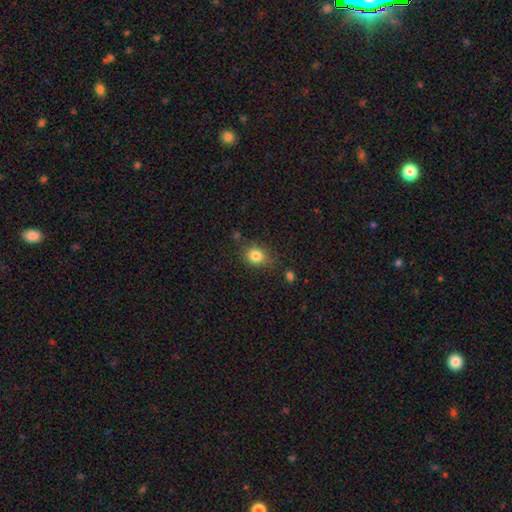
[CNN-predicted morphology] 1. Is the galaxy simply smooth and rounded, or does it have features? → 83% smooth, 11% star or artifact, 6% featured or disk.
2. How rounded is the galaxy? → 65% round, 34% in between, 1% cigar-shaped.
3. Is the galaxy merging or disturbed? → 75% none, 17% minor disturbance, 4% major disturbance, 3% merger.